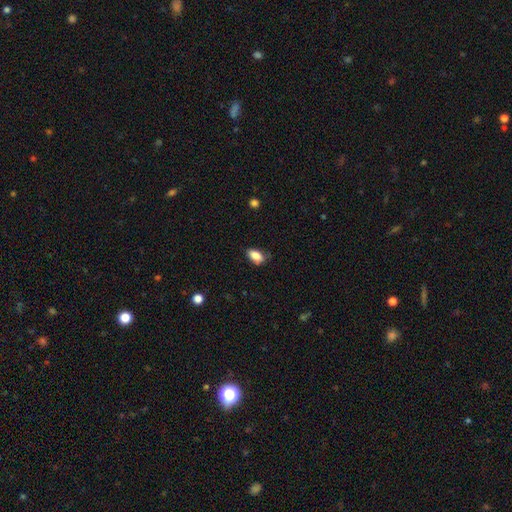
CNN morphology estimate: A smooth galaxy with no disk features (86%) that is in between round and cigar-shaped (90%).

Vote fractions:
- Smooth or featured? smooth: 86% / star or artifact: 8% / featured or disk: 6%
- How rounded? in between: 90% / round: 7% / cigar-shaped: 3%
- Merging? none: 72% / minor disturbance: 22% / major disturbance: 4% / merger: 2%